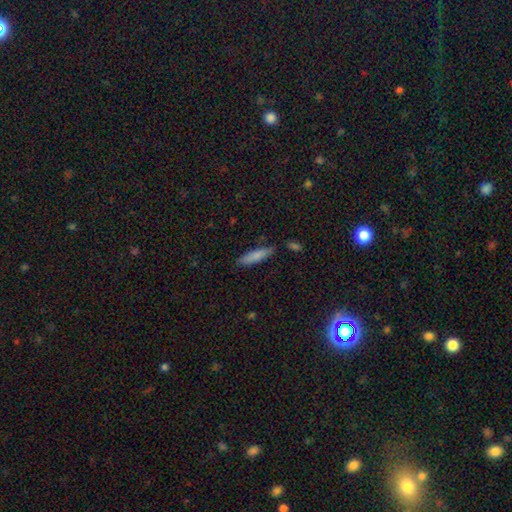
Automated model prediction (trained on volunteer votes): Smooth or featured? Predicted: smooth (p=0.81). How rounded? Predicted: cigar-shaped (p=0.67). Merging? Predicted: none (p=0.79).